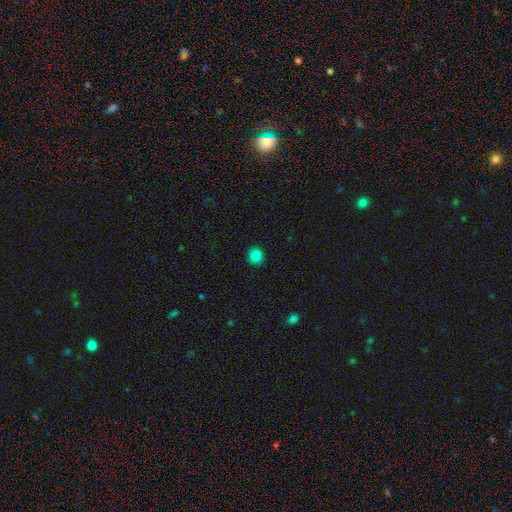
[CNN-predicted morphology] Smooth or featured? smooth (84%)
How rounded? round (81%)
Merging? none (91%)